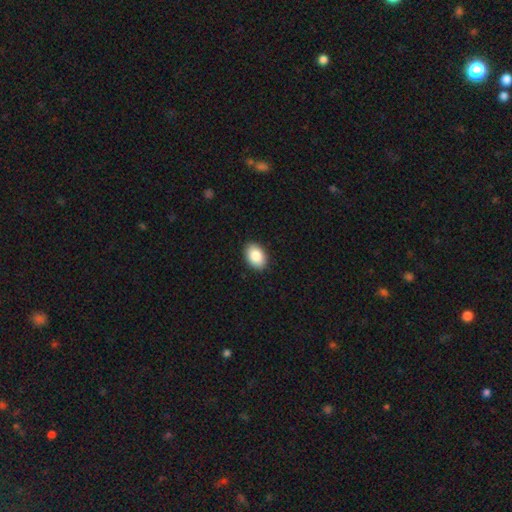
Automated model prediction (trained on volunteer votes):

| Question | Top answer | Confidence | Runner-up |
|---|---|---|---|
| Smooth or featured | smooth | 87% | star or artifact (7%) |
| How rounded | in between | 86% | round (13%) |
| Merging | none | 90% | minor disturbance (7%) |